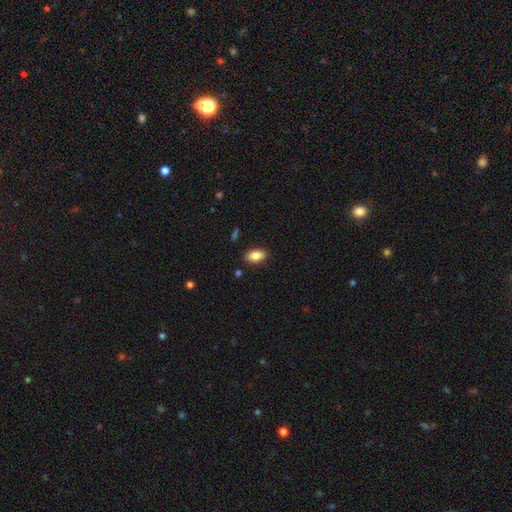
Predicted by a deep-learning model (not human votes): Smooth or featured?
  - smooth: 83% *
  - featured or disk: 9%
  - star or artifact: 7%
How rounded?
  - in between: 91% *
  - round: 5%
  - cigar-shaped: 4%
Merging?
  - none: 88% *
  - minor disturbance: 9%
  - major disturbance: 2%
  - merger: 2%